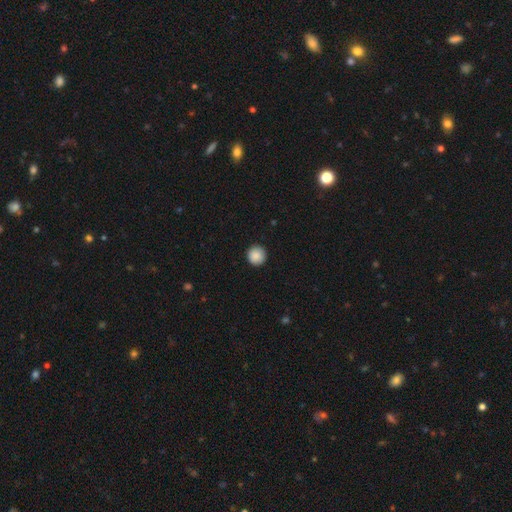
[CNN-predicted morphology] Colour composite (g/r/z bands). It shows a smooth galaxy with no disk features (89%) that is round (96%). Merging: none (92%).